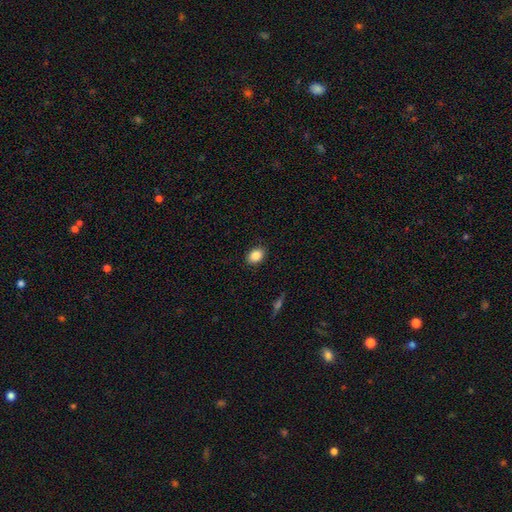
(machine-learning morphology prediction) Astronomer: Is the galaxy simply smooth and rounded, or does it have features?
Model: smooth — 86%.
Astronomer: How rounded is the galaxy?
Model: in between — 74%.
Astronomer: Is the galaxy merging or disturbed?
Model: none — 88%.